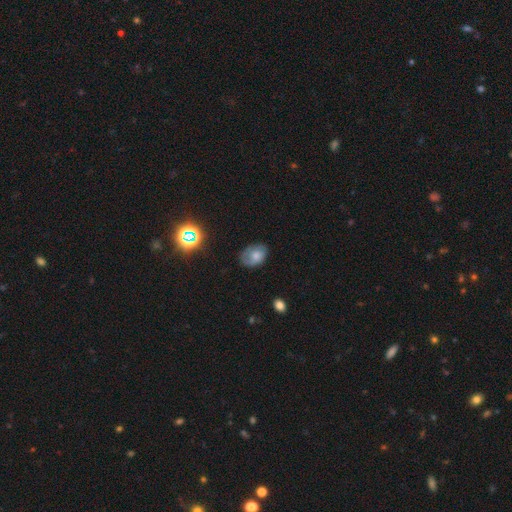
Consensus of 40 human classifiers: smooth 62%, featured or disk 30%, star or artifact 8%. Down the decision tree: how rounded — in between (76%); merging — none (70%).